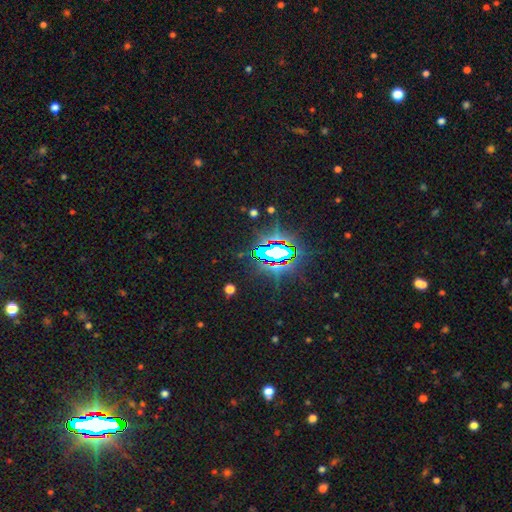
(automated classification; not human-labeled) This appears to be a star or artifact, not a galaxy (83%).